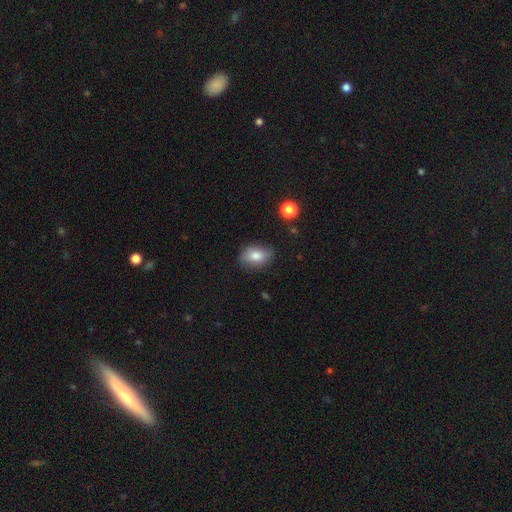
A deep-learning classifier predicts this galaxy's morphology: Smooth or featured: smooth — 79% (featured or disk — 12%)
How rounded: in between — 81% (round — 18%)
Merging: none — 76% (minor disturbance — 18%)